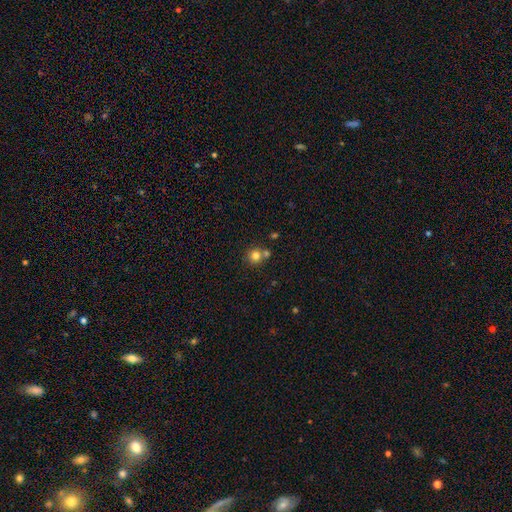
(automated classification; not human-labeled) Morphology: type=smooth (79%); roundness=round (91%); merging=none (63%).